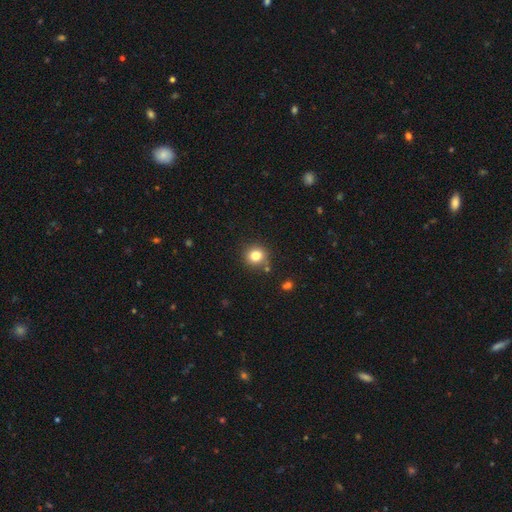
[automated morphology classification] A smooth galaxy with no disk features (81%) that is round (89%).

Vote fractions:
- Smooth or featured? smooth: 81% / star or artifact: 12% / featured or disk: 7%
- How rounded? round: 89% / in between: 10% / cigar-shaped: 1%
- Merging? none: 84% / minor disturbance: 9% / merger: 4% / major disturbance: 3%